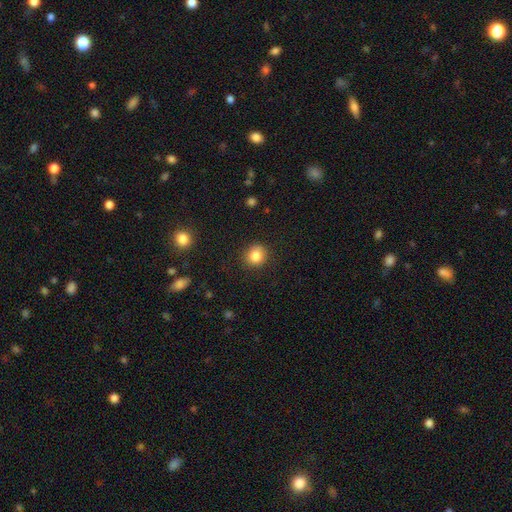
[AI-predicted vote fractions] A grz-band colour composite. It shows a smooth galaxy with no disk features (85%) that is round (85%). Merging: none (89%).